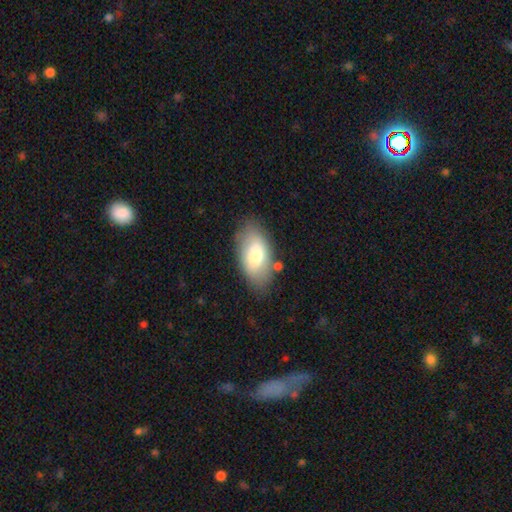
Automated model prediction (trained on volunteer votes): This appears to be a smooth galaxy with no disk features (72%) that is in between round and cigar-shaped (93%). Merging: none (76%).